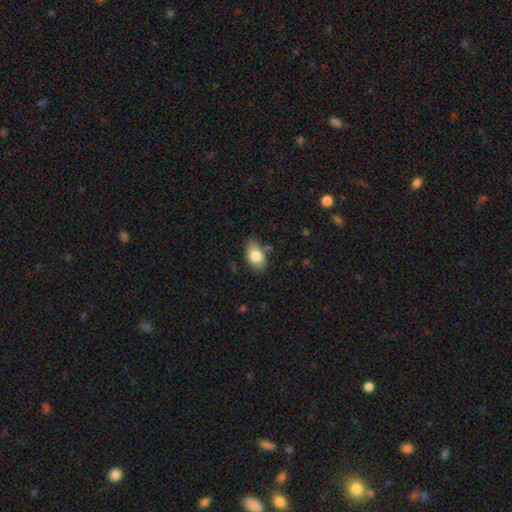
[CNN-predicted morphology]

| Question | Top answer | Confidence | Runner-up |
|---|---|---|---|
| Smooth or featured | smooth | 80% | featured or disk (13%) |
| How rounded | in between | 91% | round (8%) |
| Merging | none | 78% | minor disturbance (16%) |